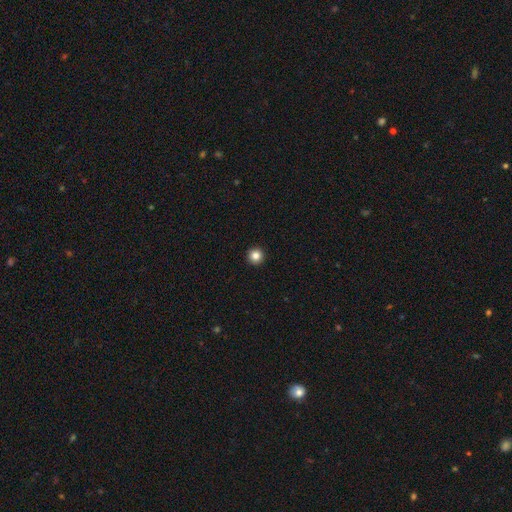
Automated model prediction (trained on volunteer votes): A smooth galaxy with no disk features (84%) that is round (97%). Merging: none (94%).